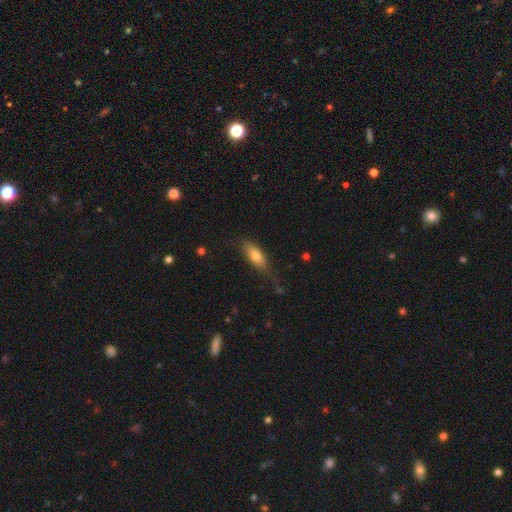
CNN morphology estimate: This is likely a smooth galaxy (74%). How rounded: likely in between (69%). Merging: likely none (70%).